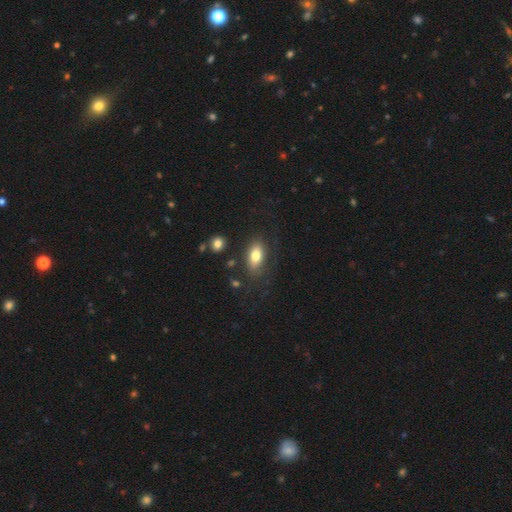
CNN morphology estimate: Smooth or featured? Predicted: smooth (p=0.79). How rounded? Predicted: in between (p=0.88). Merging? Predicted: none (p=0.76).